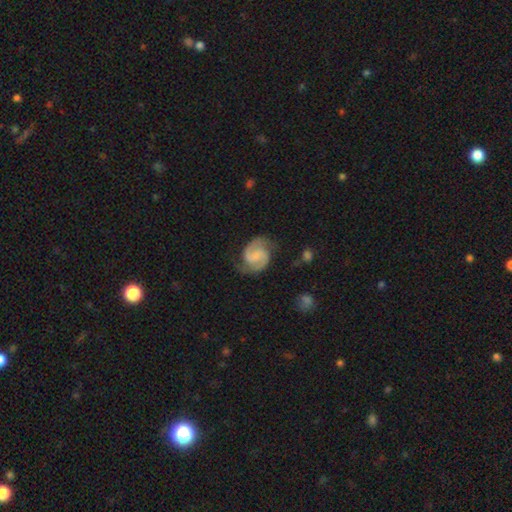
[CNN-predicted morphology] Smooth or featured? featured or disk (86%)
Edge-on disk? no (98%)
Bar? weak (44%)
Spiral arms? yes (97%)
Spiral winding? medium (55%)
Spiral arm count? 2 (93%)
Bulge size? none (58%)
Merging? none (75%)